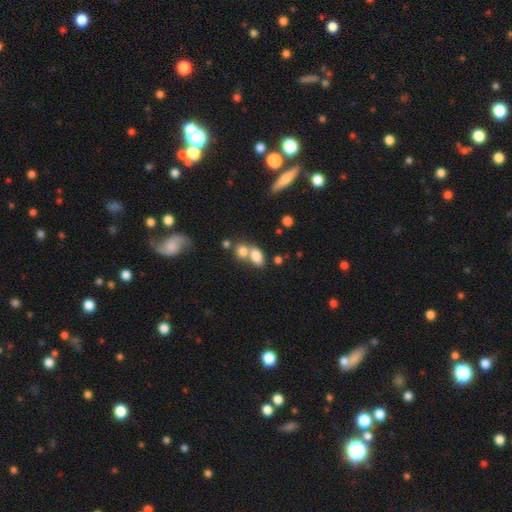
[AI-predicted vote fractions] Smooth or featured?
  - smooth: 80% *
  - featured or disk: 10%
  - star or artifact: 10%
How rounded?
  - in between: 83% *
  - round: 13%
  - cigar-shaped: 3%
Merging?
  - merger: 51% *
  - none: 34%
  - minor disturbance: 10%
  - major disturbance: 5%